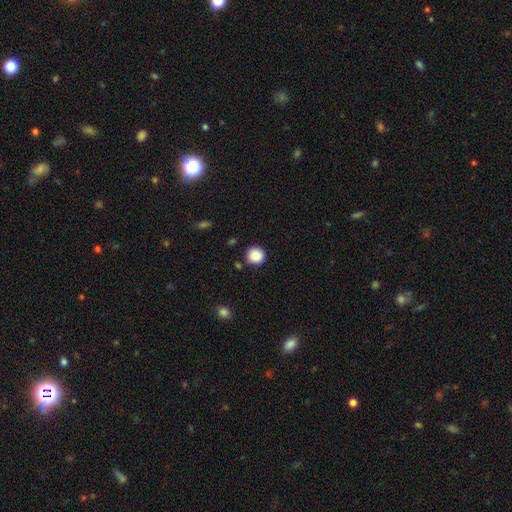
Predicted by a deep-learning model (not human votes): smooth-or-featured: smooth: 87% | star or artifact: 9% | featured or disk: 3%
  how-rounded: round: 94% | in between: 5% | cigar-shaped: 1%
  merging: none: 88% | minor disturbance: 8% | merger: 3% | major disturbance: 2%